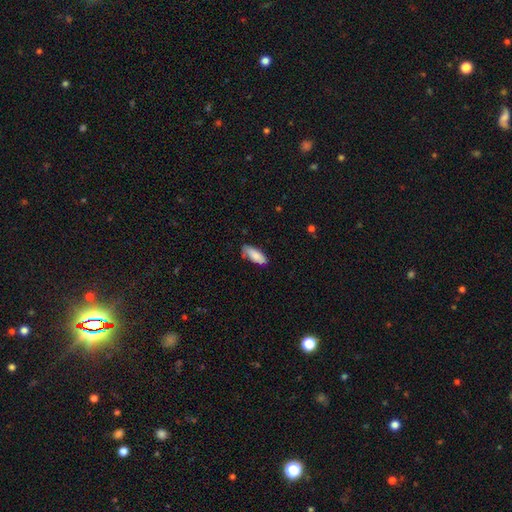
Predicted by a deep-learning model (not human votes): Morphology: type=smooth (84%); roundness=in between (77%); merging=none (73%).